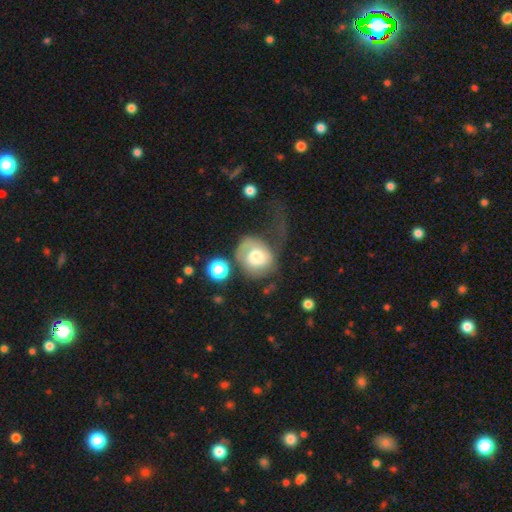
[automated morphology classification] A smooth galaxy with no disk features (53%) that is round (65%). Merging: major disturbance (51%).